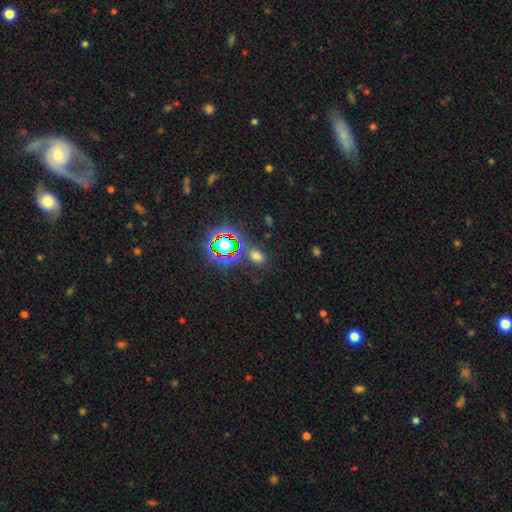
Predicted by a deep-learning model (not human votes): Q: Smooth or featured?
A: smooth (60%); runner-up: star or artifact (33%)
Q: How rounded?
A: in between (74%); runner-up: round (24%)
Q: Merging?
A: none (75%); runner-up: minor disturbance (13%)